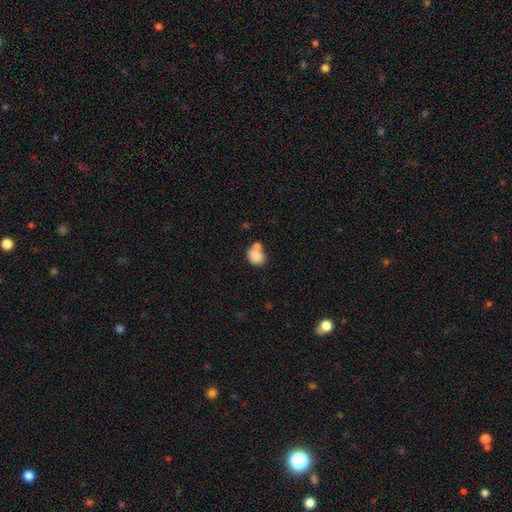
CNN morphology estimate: Smooth or featured?
  - smooth: 84% *
  - star or artifact: 9%
  - featured or disk: 8%
How rounded?
  - round: 51% *
  - in between: 48%
  - cigar-shaped: 1%
Merging?
  - none: 48% *
  - merger: 34%
  - minor disturbance: 14%
  - major disturbance: 5%